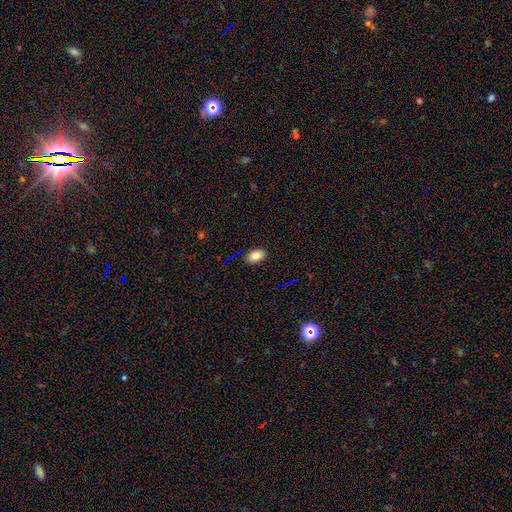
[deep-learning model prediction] Overall: smooth (81%). How rounded: in between (87%). Merging: none (86%).